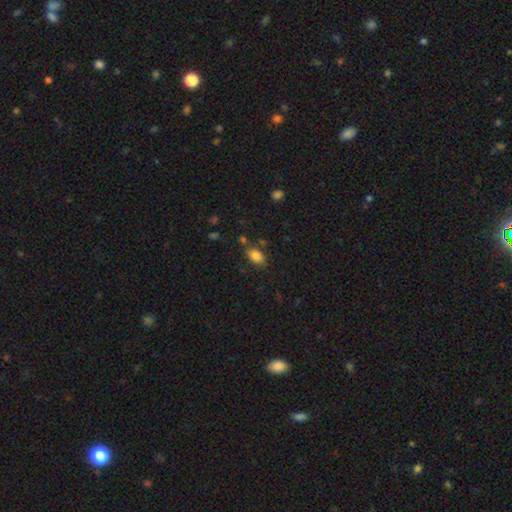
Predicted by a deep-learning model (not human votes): This is clearly a smooth galaxy (84%). How rounded: clearly in between (88%). Merging: likely none (75%).